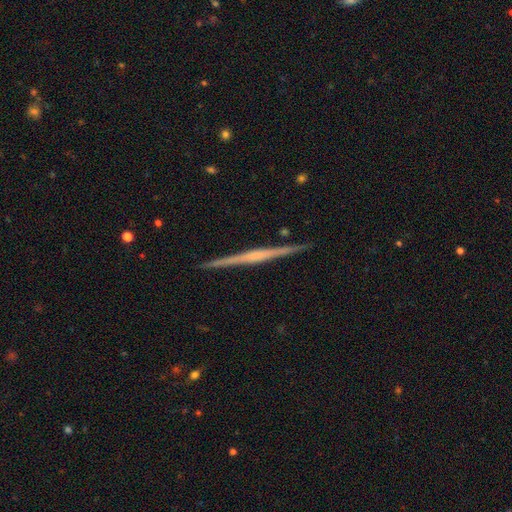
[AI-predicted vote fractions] This appears to be a featured or disk galaxy (77%) viewed edge-on (99%) with no central bulge (46%). Merging: none (92%).